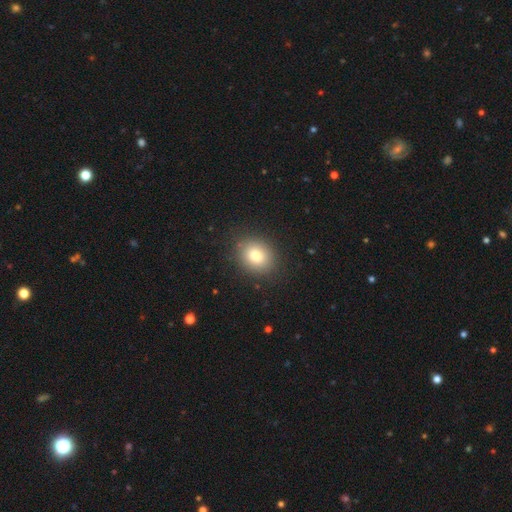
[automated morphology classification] Q: Smooth or featured?
A: smooth (79%); runner-up: star or artifact (11%)
Q: How rounded?
A: round (65%); runner-up: in between (34%)
Q: Merging?
A: none (88%); runner-up: minor disturbance (8%)